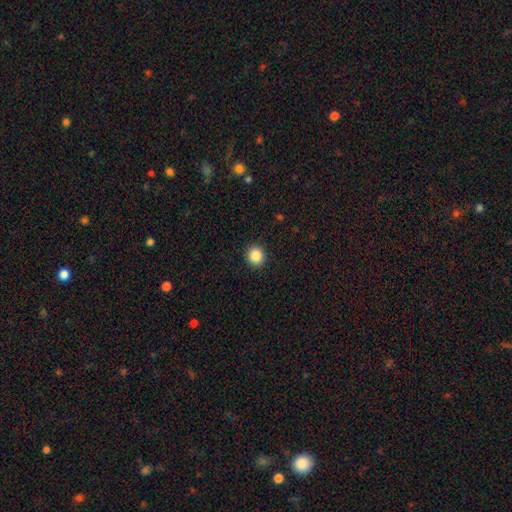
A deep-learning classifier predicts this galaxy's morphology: This appears to be a smooth galaxy with no disk features (88%) that is round (91%). Merging: none (92%).